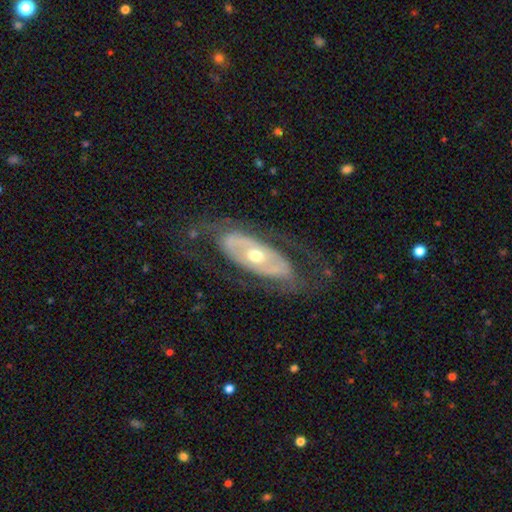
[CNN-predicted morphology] type=featured or disk (75%); edge-on=no (85%); bar=no (73%); spiral arms=no (51%); bulge=moderate (67%); merging=none (69%).